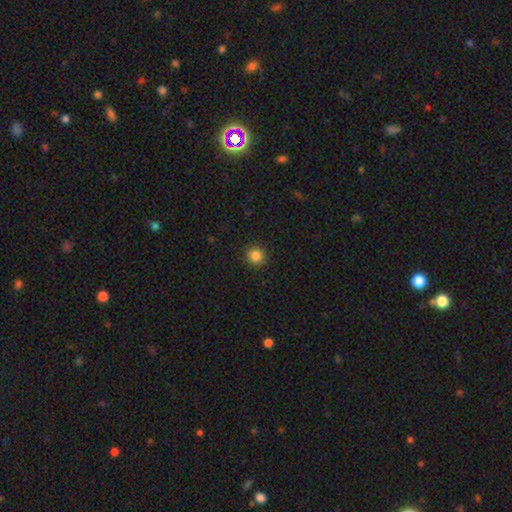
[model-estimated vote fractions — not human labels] This appears to be a smooth galaxy with no disk features (85%) that is round (92%). Merging: none (90%).